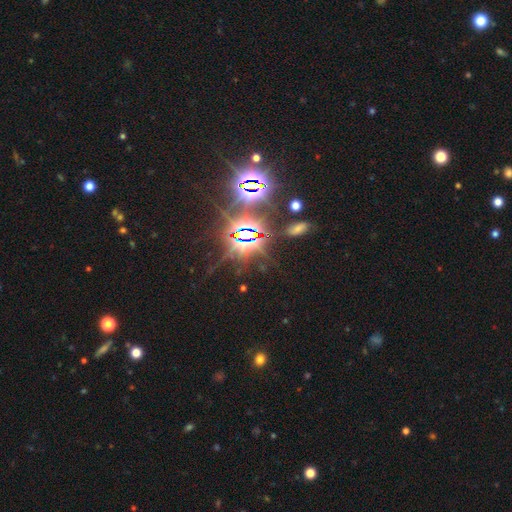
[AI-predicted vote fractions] Smooth or featured? star or artifact (85%)